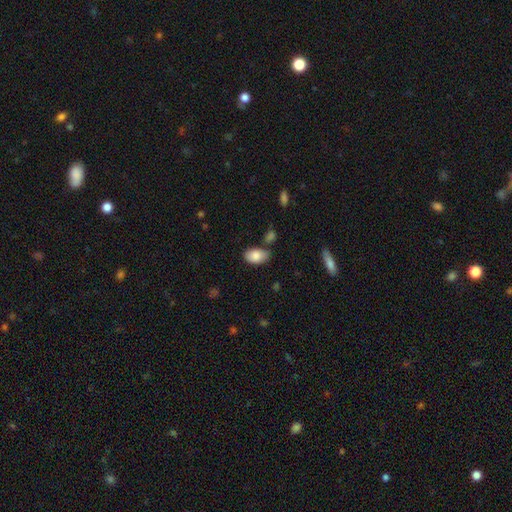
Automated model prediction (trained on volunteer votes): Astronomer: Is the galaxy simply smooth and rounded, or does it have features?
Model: smooth — 84%.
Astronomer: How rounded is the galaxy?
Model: in between — 93%.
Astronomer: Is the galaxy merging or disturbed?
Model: none — 68%.